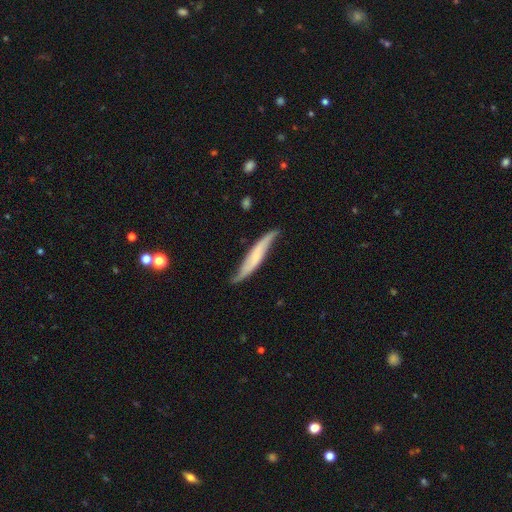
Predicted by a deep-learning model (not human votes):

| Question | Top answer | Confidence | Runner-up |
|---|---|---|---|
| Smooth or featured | featured or disk | 62% | smooth (32%) |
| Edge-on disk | yes | 53% | no (47%) |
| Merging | none | 66% | minor disturbance (25%) |